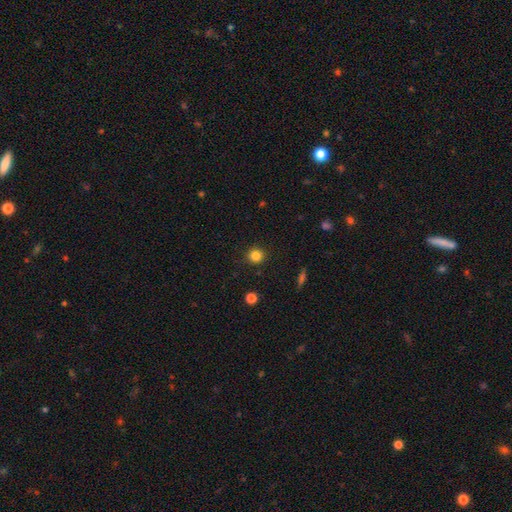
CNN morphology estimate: smooth 83%, star or artifact 12%, featured or disk 5%. Down the decision tree: how rounded — round (93%); merging — none (90%).